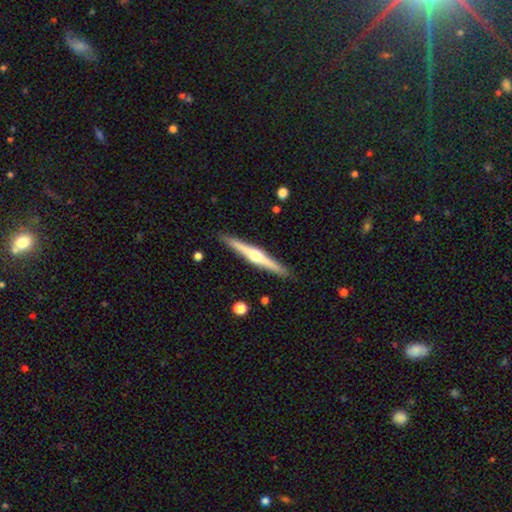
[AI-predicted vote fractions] This is likely a featured or disk galaxy (74%). It is clearly viewed edge-on (98%). Edge-on bulge: clearly rounded (93%). Merging: clearly none (91%).